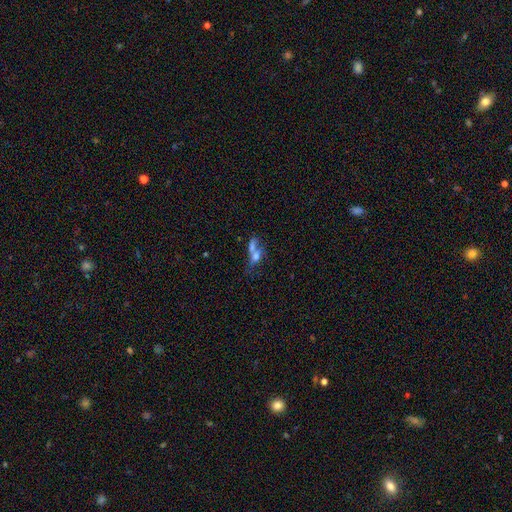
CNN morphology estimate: Smooth or featured? smooth (61%)
How rounded? in between (60%)
Merging? merger (60%)